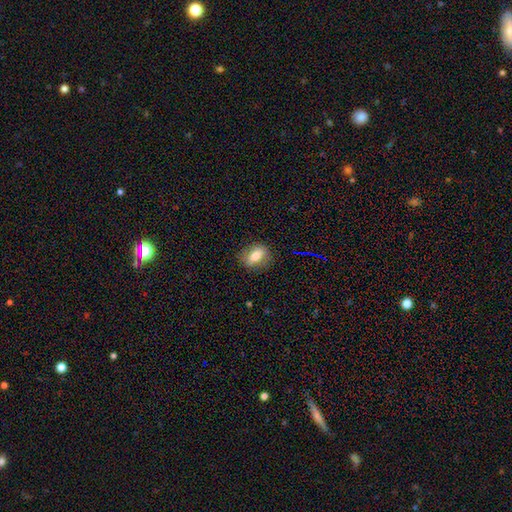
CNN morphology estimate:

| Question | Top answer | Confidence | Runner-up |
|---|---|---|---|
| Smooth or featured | smooth | 66% | featured or disk (25%) |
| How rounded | in between | 67% | round (28%) |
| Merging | none | 81% | minor disturbance (14%) |